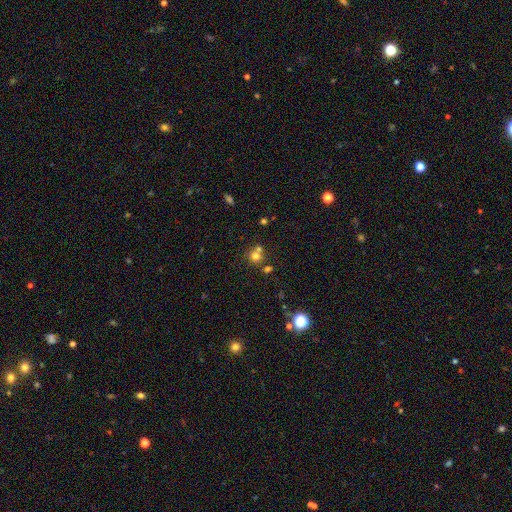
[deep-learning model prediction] The model was most divided on "merging": none: 54%, merger: 36%, minor disturbance: 7%, major disturbance: 3%. More confident: how rounded — round (88%); smooth or featured — smooth (69%).